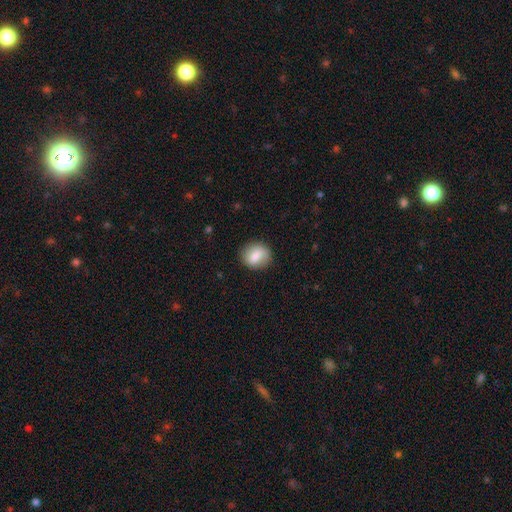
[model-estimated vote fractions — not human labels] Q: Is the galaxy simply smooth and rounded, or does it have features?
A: smooth — 80%.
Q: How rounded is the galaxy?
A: round — 69%.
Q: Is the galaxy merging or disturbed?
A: none — 84%.